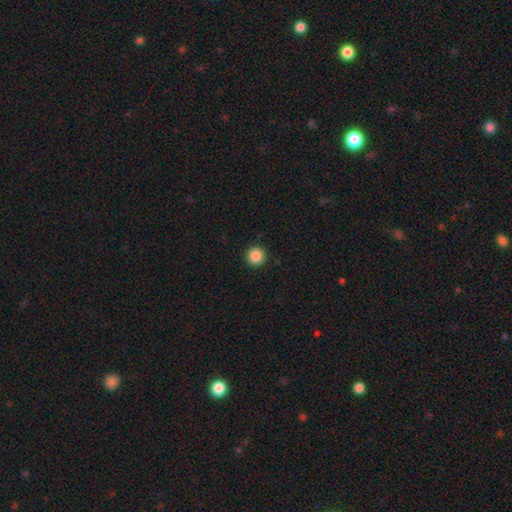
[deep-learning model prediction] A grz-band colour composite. It shows a smooth galaxy with no disk features (87%) that is round (95%). Merging: none (92%).